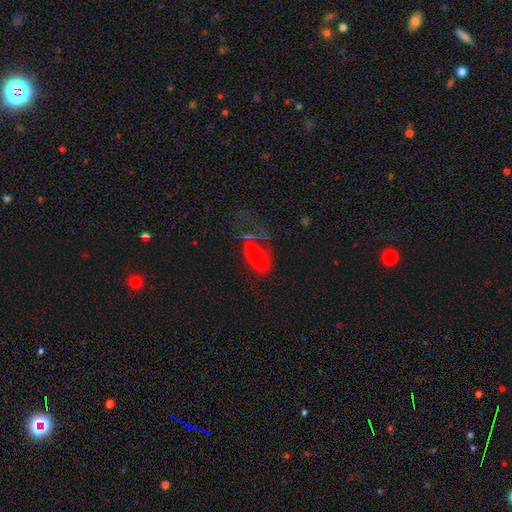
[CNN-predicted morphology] This is possibly a smooth galaxy (52%). How rounded: likely in between (73%). Merging: marginally none (35%).